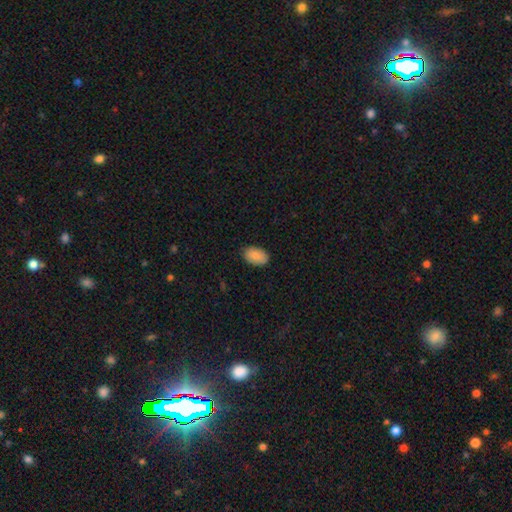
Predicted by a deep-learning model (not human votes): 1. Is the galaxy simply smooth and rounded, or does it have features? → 88% smooth, 6% star or artifact, 5% featured or disk.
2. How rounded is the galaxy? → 92% in between, 7% round, 1% cigar-shaped.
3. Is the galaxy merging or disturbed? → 85% none, 12% minor disturbance, 2% major disturbance, 1% merger.